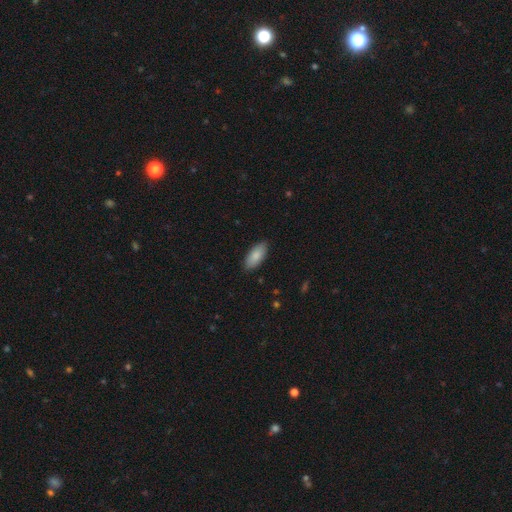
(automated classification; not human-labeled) A smooth galaxy with no disk features (86%) that is in between round and cigar-shaped (88%). Merging: none (87%).